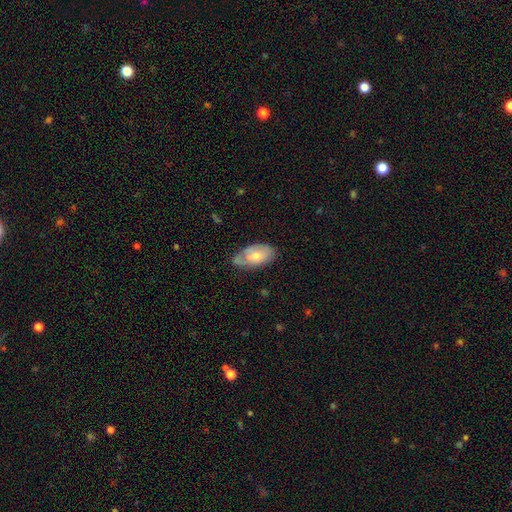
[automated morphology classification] A smooth galaxy with no disk features (56%) that is in between round and cigar-shaped (93%).

Vote fractions:
- Smooth or featured? smooth: 56% / featured or disk: 38% / star or artifact: 6%
- How rounded? in between: 93% / round: 4% / cigar-shaped: 3%
- Merging? none: 55% / minor disturbance: 33% / major disturbance: 9% / merger: 3%